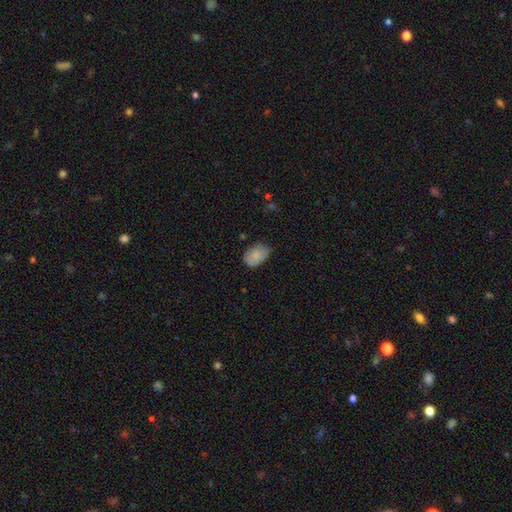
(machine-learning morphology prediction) smooth 82%, featured or disk 11%, star or artifact 7%. Down the decision tree: how rounded — in between (82%); merging — none (61%).